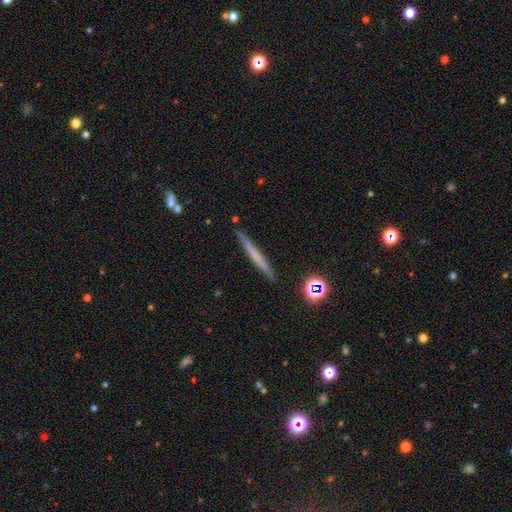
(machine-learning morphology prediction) Overall: smooth (49%; featured or disk 43%). Merging: none (89%).